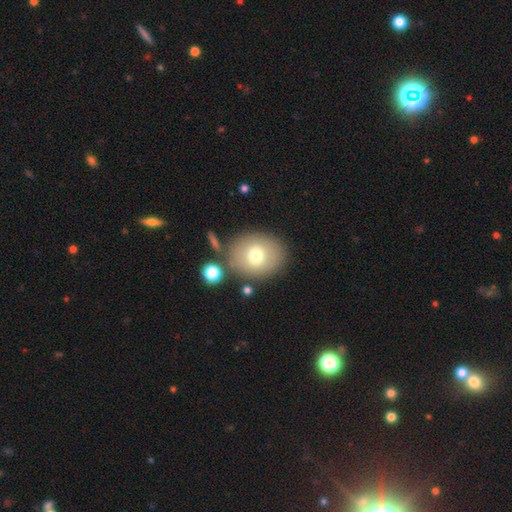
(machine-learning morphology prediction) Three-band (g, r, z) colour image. It shows a smooth galaxy with no disk features (72%) that is round (64%). Merging: none (77%).